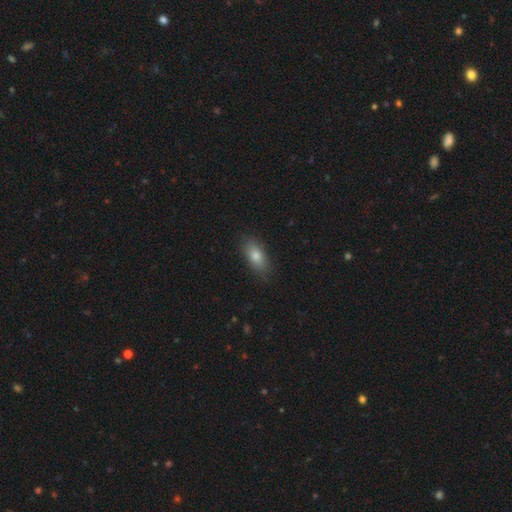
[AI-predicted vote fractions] Smooth or featured?
  - smooth: 78% *
  - featured or disk: 13%
  - star or artifact: 9%
How rounded?
  - in between: 81% *
  - cigar-shaped: 14%
  - round: 4%
Merging?
  - none: 84% *
  - minor disturbance: 12%
  - major disturbance: 2%
  - merger: 1%